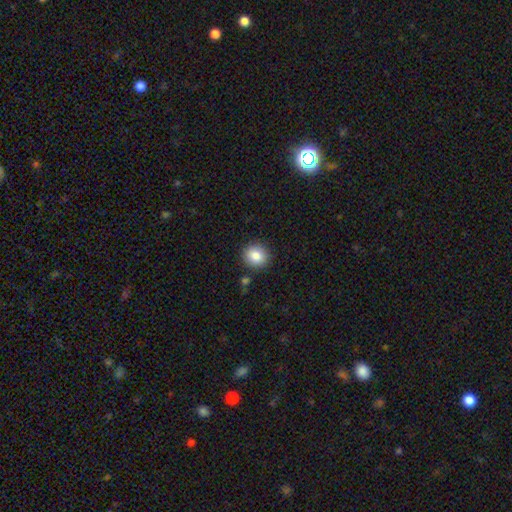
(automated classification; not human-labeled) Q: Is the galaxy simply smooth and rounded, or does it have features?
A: smooth — 85%.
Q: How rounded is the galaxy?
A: round — 87%.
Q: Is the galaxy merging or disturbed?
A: none — 87%.